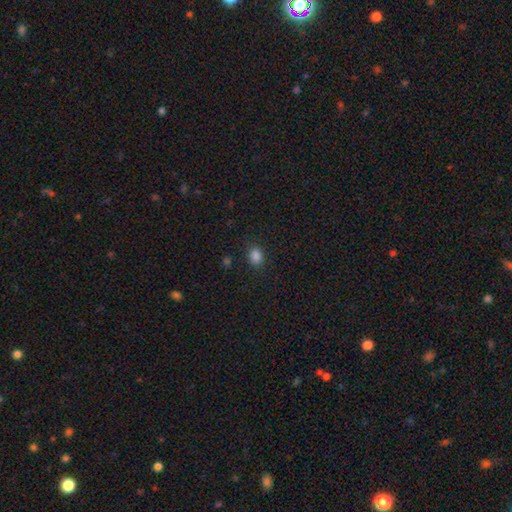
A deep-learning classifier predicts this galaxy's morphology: type=smooth (84%); roundness=in between (60%); merging=none (85%).